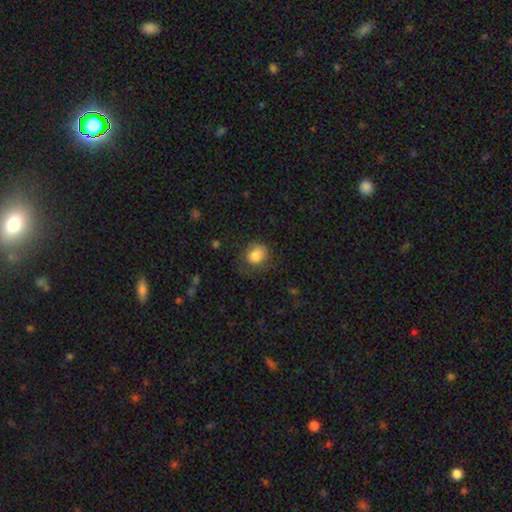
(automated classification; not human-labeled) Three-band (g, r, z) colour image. It shows a smooth galaxy with no disk features (83%) that is round (65%). Merging: none (63%).